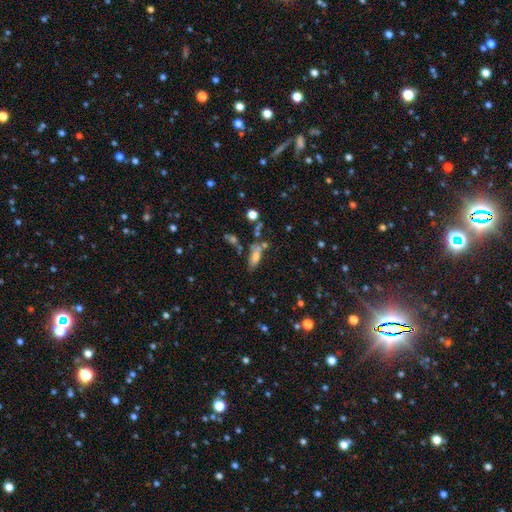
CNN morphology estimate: Smooth or featured? Predicted: smooth (p=0.67). How rounded? Predicted: in between (p=0.72). Merging? Predicted: none (p=0.50).